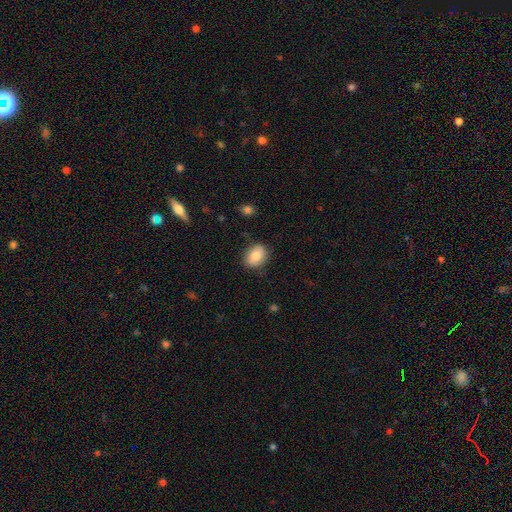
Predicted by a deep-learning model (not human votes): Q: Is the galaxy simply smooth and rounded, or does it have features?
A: smooth — 84%.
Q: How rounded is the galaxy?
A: in between — 67%.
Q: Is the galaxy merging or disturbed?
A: none — 81%.